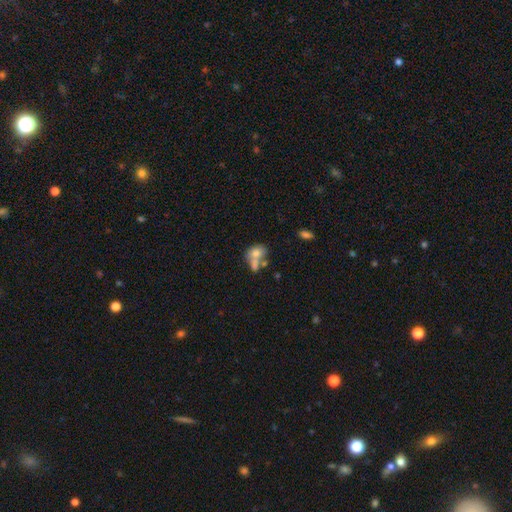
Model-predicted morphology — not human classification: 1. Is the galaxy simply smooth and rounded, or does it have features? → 69% smooth, 22% featured or disk, 10% star or artifact.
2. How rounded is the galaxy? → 66% in between, 32% round, 2% cigar-shaped.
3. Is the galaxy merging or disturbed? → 50% merger, 29% none, 13% minor disturbance, 8% major disturbance.